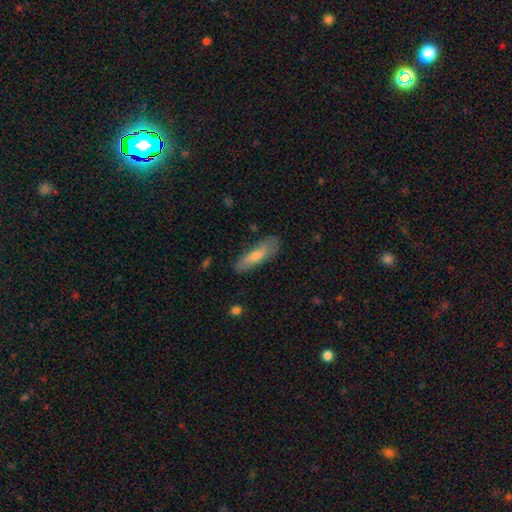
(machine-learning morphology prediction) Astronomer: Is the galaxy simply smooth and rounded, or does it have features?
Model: smooth — 62%.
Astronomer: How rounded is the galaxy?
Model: cigar-shaped — 60% (runner-up: in between, 38%).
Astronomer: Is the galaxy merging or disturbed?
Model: none — 80%.